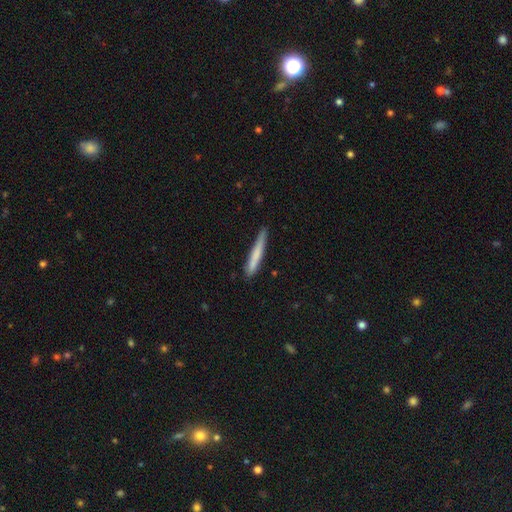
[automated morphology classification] A smooth galaxy with no disk features (70%) that is cigar-shaped (96%).

Vote fractions:
- Smooth or featured? smooth: 70% / featured or disk: 24% / star or artifact: 6%
- How rounded? cigar-shaped: 96% / in between: 3% / round: 1%
- Merging? none: 79% / minor disturbance: 17% / major disturbance: 2% / merger: 2%